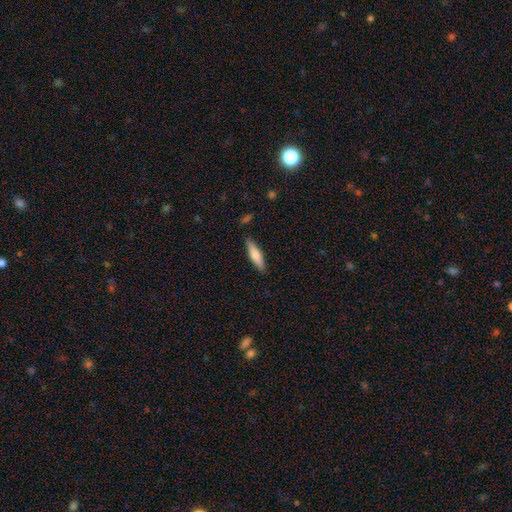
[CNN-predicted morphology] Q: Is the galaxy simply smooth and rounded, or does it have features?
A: smooth — 73%.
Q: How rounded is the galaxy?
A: cigar-shaped — 72%.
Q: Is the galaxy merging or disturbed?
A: none — 86%.